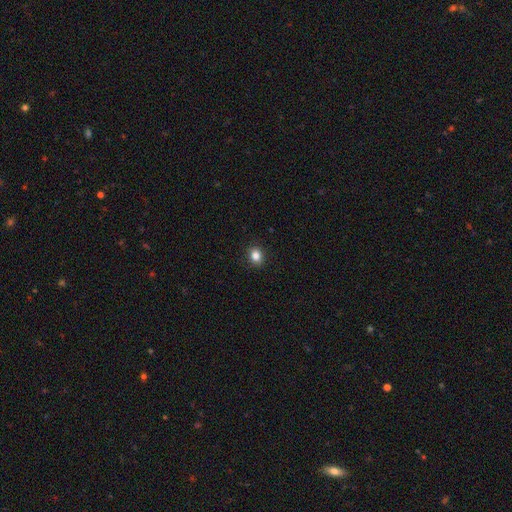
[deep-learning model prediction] A smooth galaxy with no disk features (84%) that is round (67%). Merging: none (91%).